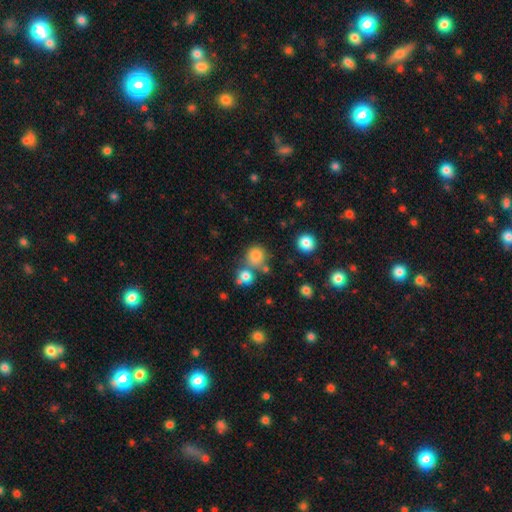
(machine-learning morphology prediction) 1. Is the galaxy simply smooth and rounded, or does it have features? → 79% smooth, 14% star or artifact, 7% featured or disk.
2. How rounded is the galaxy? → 84% round, 15% in between, 1% cigar-shaped.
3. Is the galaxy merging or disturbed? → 66% none, 19% merger, 11% minor disturbance, 4% major disturbance.